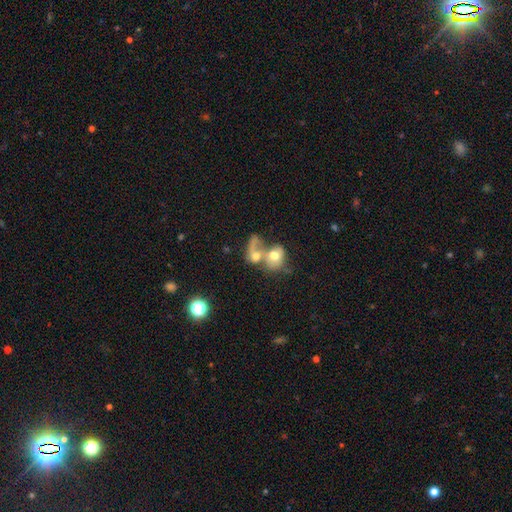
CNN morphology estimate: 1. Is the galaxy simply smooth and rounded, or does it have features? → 55% smooth, 34% featured or disk, 11% star or artifact.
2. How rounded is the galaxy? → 51% in between, 47% round, 2% cigar-shaped.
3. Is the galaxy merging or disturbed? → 74% merger, 11% major disturbance, 10% none, 5% minor disturbance.